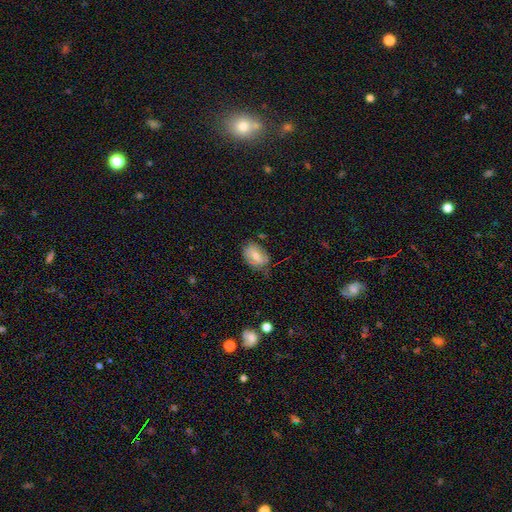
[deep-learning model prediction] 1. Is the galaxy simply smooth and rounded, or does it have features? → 60% smooth, 32% featured or disk, 8% star or artifact.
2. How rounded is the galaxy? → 80% in between, 19% round, 2% cigar-shaped.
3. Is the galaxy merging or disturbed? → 59% none, 30% minor disturbance, 9% major disturbance, 2% merger.